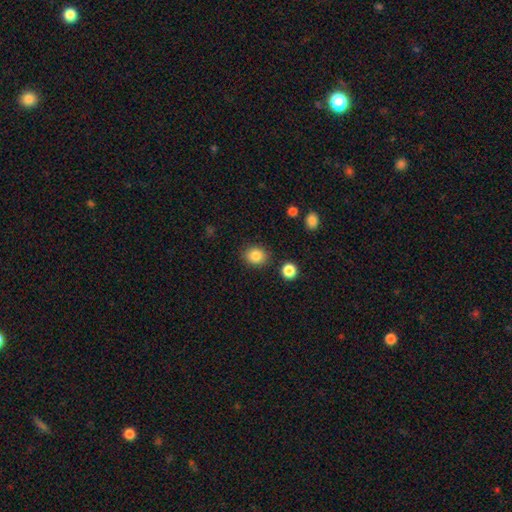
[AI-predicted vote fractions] smooth-or-featured: smooth: 85% | star or artifact: 10% | featured or disk: 5%
  how-rounded: round: 73% | in between: 26% | cigar-shaped: 1%
  merging: none: 86% | minor disturbance: 8% | merger: 3% | major disturbance: 3%